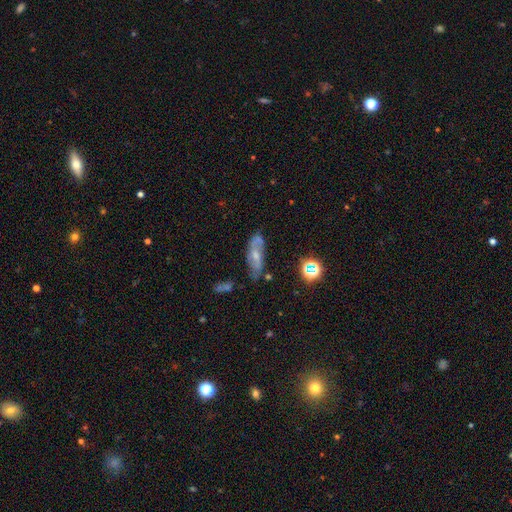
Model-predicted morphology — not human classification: Overall: featured or disk (58%; smooth 31%). Edge-on disk: no (81%). Merging: none (64%).